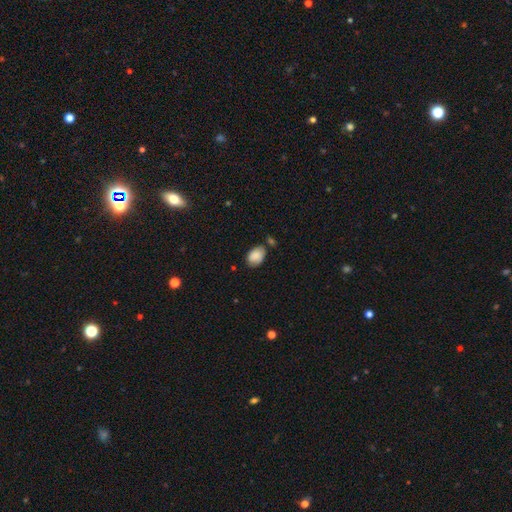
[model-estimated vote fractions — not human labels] Smooth or featured: smooth — 83% (featured or disk — 9%)
How rounded: in between — 85% (round — 14%)
Merging: none — 65% (minor disturbance — 22%)